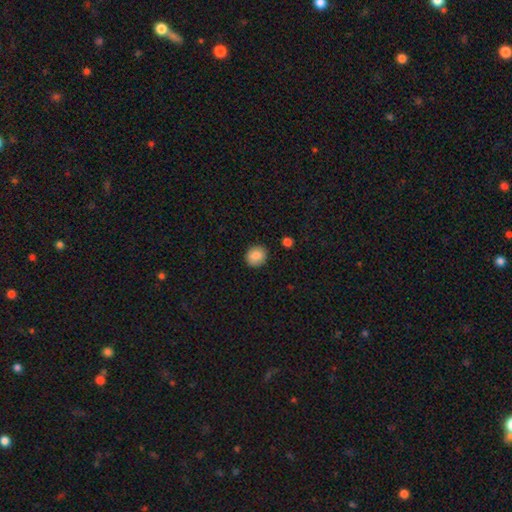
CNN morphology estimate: A smooth galaxy with no disk features (87%) that is round (77%). Merging: none (89%).